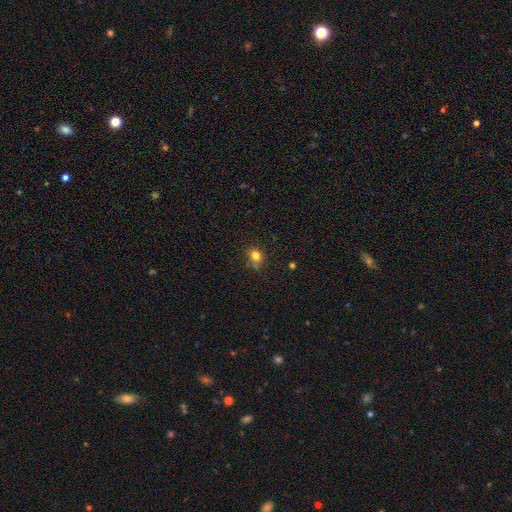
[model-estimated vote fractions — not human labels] A smooth galaxy with no disk features (78%) that is round (65%).

Vote fractions:
- Smooth or featured? smooth: 78% / star or artifact: 14% / featured or disk: 8%
- How rounded? round: 65% / in between: 34% / cigar-shaped: 1%
- Merging? none: 68% / minor disturbance: 19% / merger: 8% / major disturbance: 5%